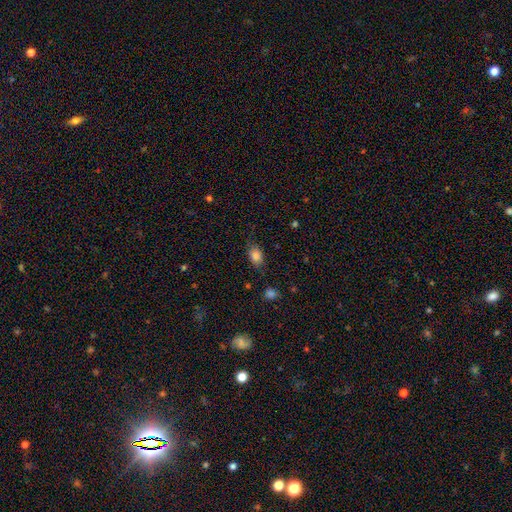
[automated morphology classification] This appears to be a smooth galaxy with no disk features (83%) that is in between round and cigar-shaped (77%). Merging: none (75%).